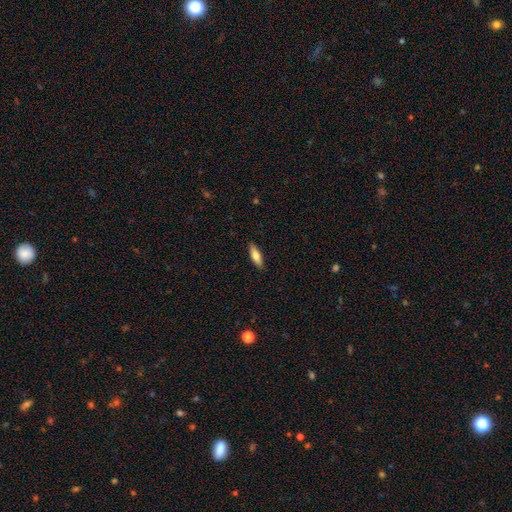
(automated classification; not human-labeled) Morphology: type=smooth (75%); roundness=in between (54%); merging=none (89%).